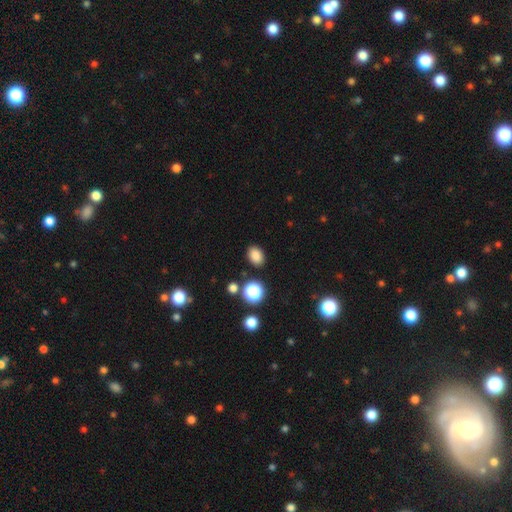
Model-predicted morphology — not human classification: Overall: smooth (83%). How rounded: in between (70%). Merging: none (87%).